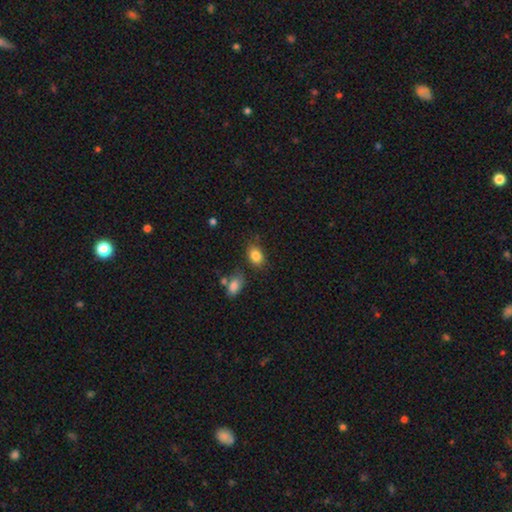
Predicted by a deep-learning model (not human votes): smooth-or-featured: smooth: 85% | star or artifact: 9% | featured or disk: 6%
  how-rounded: in between: 77% | round: 22% | cigar-shaped: 1%
  merging: none: 75% | minor disturbance: 16% | merger: 6% | major disturbance: 4%